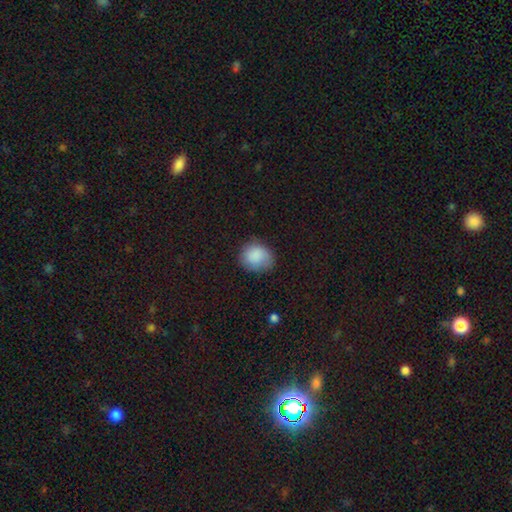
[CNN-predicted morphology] This appears to be a smooth galaxy with no disk features (86%) that is round (67%). Merging: none (72%).